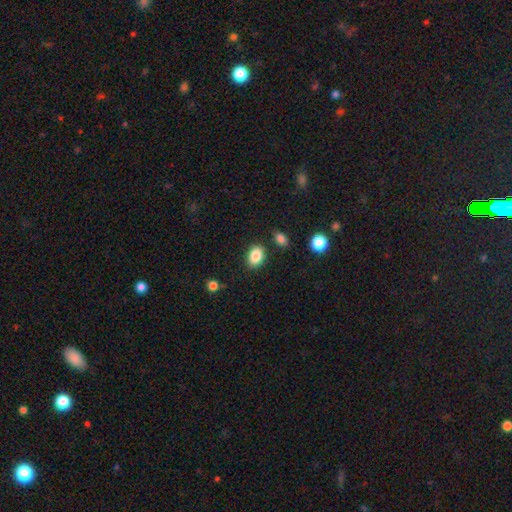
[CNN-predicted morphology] This is clearly a smooth galaxy (86%). How rounded: likely in between (76%). Merging: clearly none (83%).